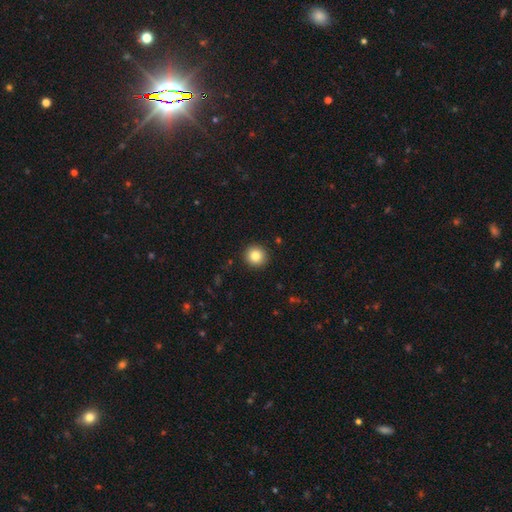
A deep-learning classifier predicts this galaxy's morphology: Q: Smooth or featured?
A: smooth (84%); runner-up: star or artifact (10%)
Q: How rounded?
A: round (94%); runner-up: in between (5%)
Q: Merging?
A: none (92%); runner-up: minor disturbance (5%)